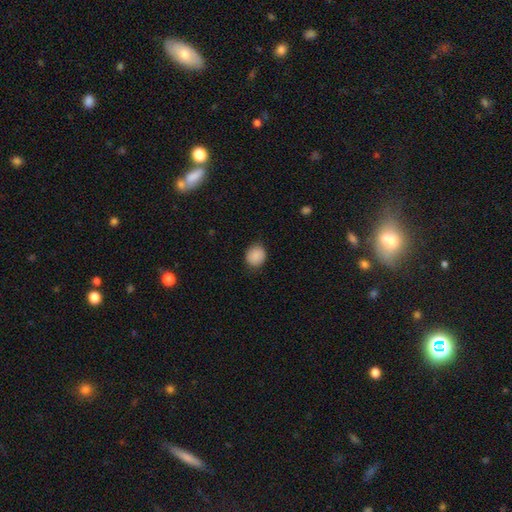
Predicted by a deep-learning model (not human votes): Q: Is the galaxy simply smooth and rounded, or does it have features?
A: smooth — 88%.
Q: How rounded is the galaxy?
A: round — 78%.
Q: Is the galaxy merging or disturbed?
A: none — 84%.